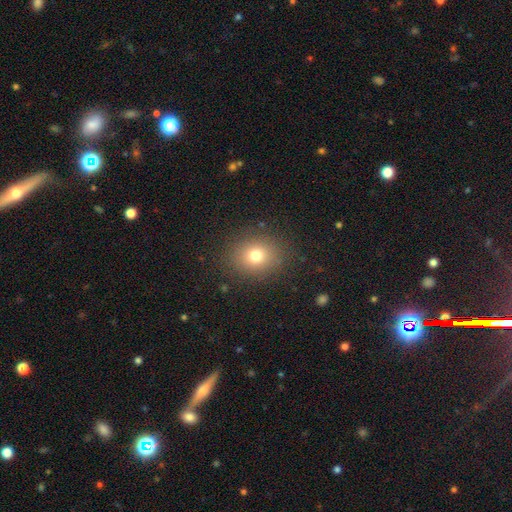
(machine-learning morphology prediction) type=smooth (75%); roundness=round (65%); merging=none (86%).